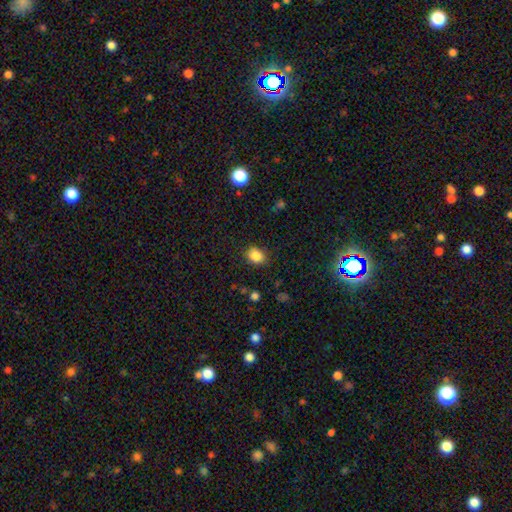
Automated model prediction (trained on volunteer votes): smooth-or-featured: smooth: 85% | star or artifact: 10% | featured or disk: 4%
  how-rounded: round: 50% | in between: 49% | cigar-shaped: 1%
  merging: none: 85% | minor disturbance: 11% | major disturbance: 3% | merger: 1%